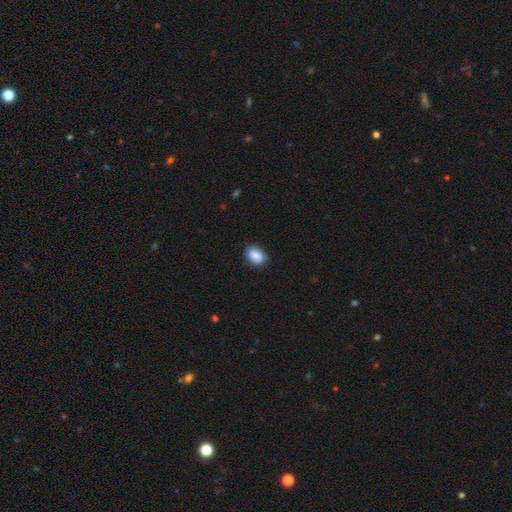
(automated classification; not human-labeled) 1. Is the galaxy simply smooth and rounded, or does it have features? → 88% smooth, 7% star or artifact, 5% featured or disk.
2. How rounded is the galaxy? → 69% in between, 30% round, 1% cigar-shaped.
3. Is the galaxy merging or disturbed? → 82% none, 14% minor disturbance, 3% major disturbance, 1% merger.